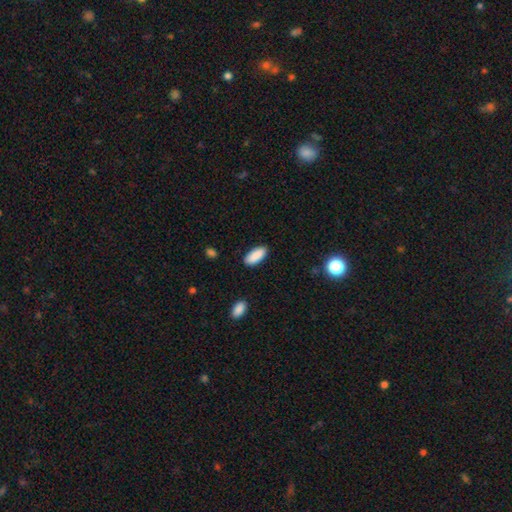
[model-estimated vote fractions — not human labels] smooth_or_featured: smooth (p=0.90) [alt: star or artifact p=0.06]
how_rounded: in between (p=0.86) [alt: cigar-shaped p=0.12]
merging: none (p=0.89) [alt: minor disturbance p=0.08]